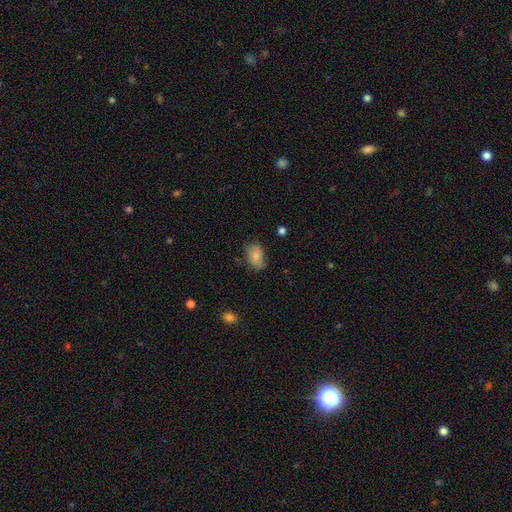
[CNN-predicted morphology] A smooth galaxy with no disk features (77%) that is in between round and cigar-shaped (87%).

Vote fractions:
- Smooth or featured? smooth: 77% / featured or disk: 15% / star or artifact: 8%
- How rounded? in between: 87% / round: 12% / cigar-shaped: 1%
- Merging? none: 70% / minor disturbance: 23% / major disturbance: 5% / merger: 2%